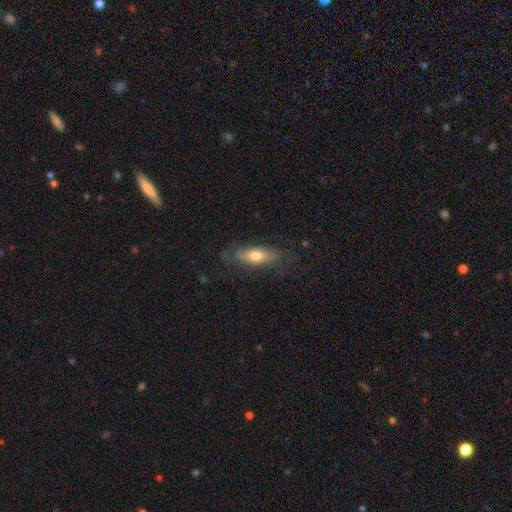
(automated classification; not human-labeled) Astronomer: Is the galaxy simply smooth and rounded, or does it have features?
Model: smooth — 66%.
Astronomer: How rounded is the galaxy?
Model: in between — 64%.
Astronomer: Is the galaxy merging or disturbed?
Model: none — 76%.